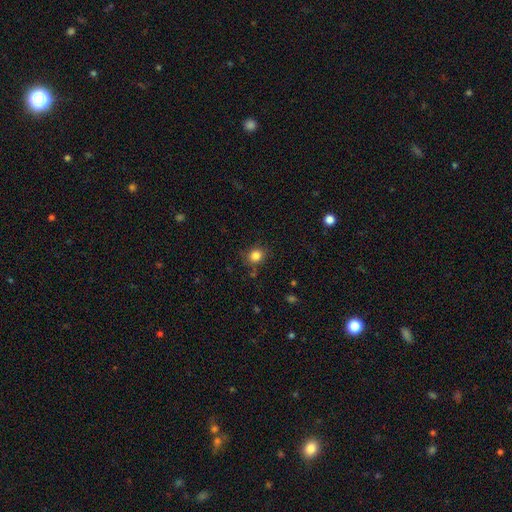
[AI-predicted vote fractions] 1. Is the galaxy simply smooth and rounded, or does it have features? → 83% smooth, 12% star or artifact, 5% featured or disk.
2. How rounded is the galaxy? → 77% round, 22% in between, 1% cigar-shaped.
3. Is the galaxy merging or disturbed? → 81% none, 13% minor disturbance, 4% major disturbance, 3% merger.